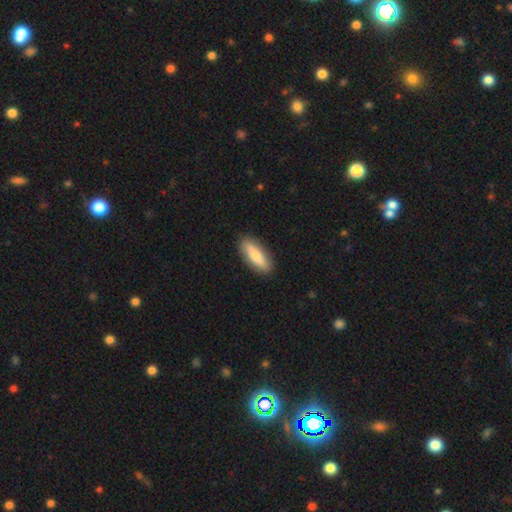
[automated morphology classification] smooth-or-featured: smooth: 71% | featured or disk: 23% | star or artifact: 5%
  how-rounded: in between: 60% | cigar-shaped: 38% | round: 2%
  merging: none: 89% | minor disturbance: 8% | major disturbance: 2% | merger: 1%